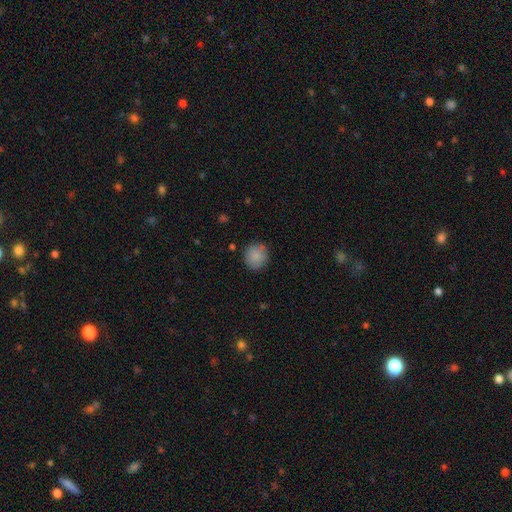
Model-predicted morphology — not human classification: Q: Smooth or featured?
A: smooth (87%); runner-up: star or artifact (8%)
Q: How rounded?
A: round (88%); runner-up: in between (11%)
Q: Merging?
A: none (83%); runner-up: minor disturbance (11%)